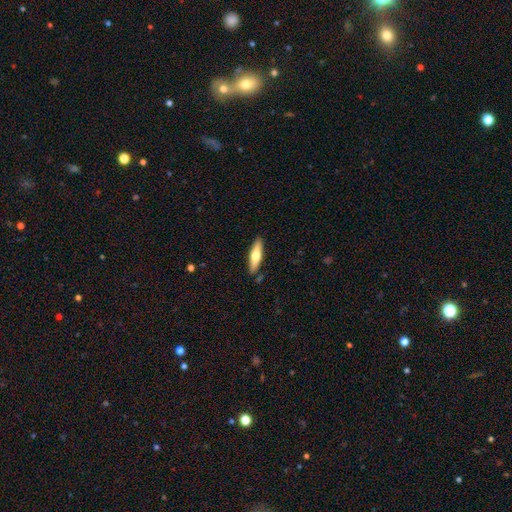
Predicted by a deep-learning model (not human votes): This appears to be a smooth galaxy with no disk features (57%) that is cigar-shaped (64%). Merging: none (87%).